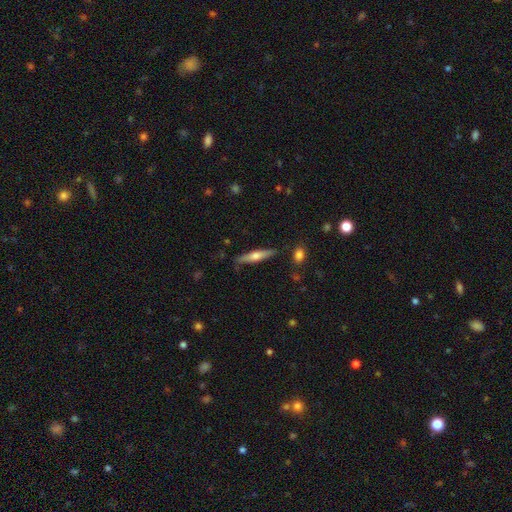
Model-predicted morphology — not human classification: A featured or disk galaxy (52%) viewed edge-on (95%).

Vote fractions:
- Smooth or featured? featured or disk: 52% / smooth: 42% / star or artifact: 6%
- Edge-on disk? yes: 95% / no: 5%
- Merging? none: 86% / minor disturbance: 10% / merger: 2% / major disturbance: 2%